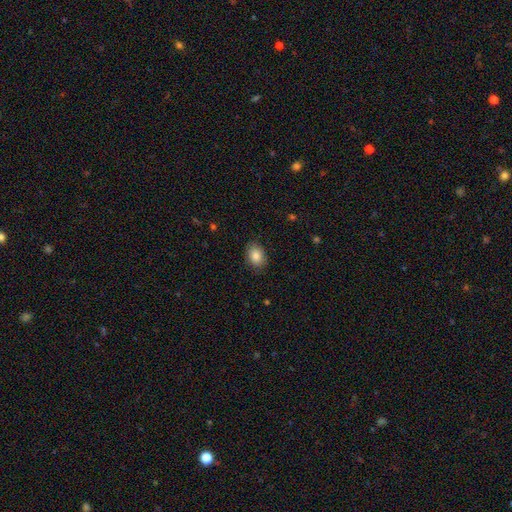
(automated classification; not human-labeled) Overall: smooth (86%). How rounded: in between (76%). Merging: none (84%).